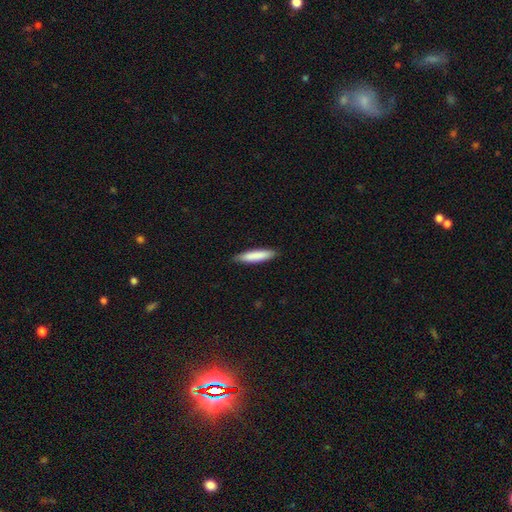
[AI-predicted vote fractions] This is clearly a smooth galaxy (84%). How rounded: clearly cigar-shaped (83%). Merging: clearly none (87%).